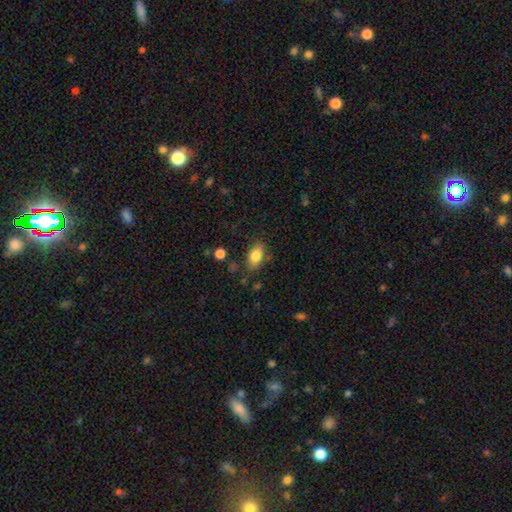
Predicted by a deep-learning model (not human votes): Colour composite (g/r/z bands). It shows a smooth galaxy with no disk features (82%) that is in between round and cigar-shaped (89%). Merging: none (78%).